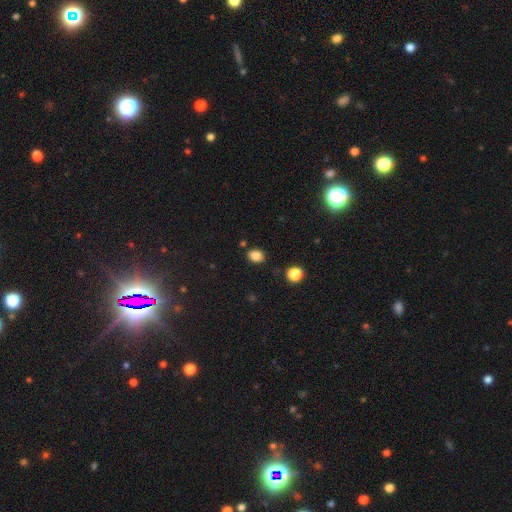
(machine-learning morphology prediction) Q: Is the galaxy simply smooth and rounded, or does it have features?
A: smooth — 84%.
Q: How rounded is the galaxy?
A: in between — 57%.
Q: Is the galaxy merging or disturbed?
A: none — 82%.